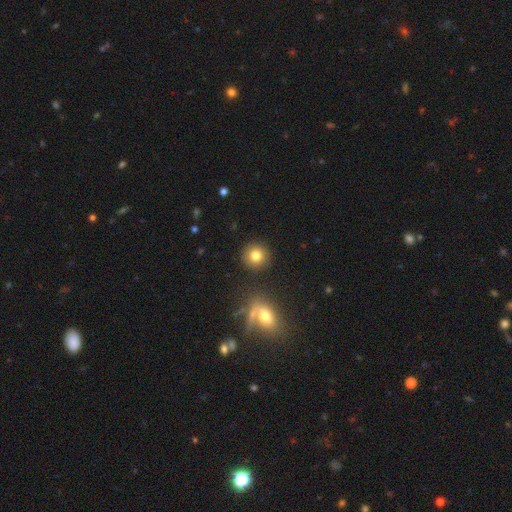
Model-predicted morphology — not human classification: Smooth or featured: smooth — 80% (star or artifact — 11%)
How rounded: round — 92% (in between — 7%)
Merging: none — 88% (minor disturbance — 6%)